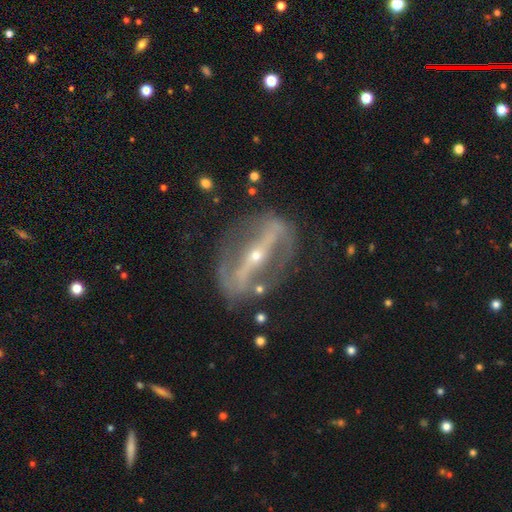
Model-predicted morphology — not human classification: A featured or disk galaxy (87%) with a strong bar (86%), spiral arms (57%) and a small central bulge (74%). Merging: none (76%).